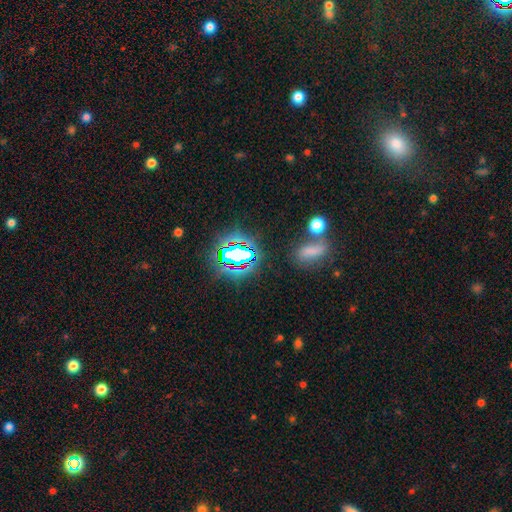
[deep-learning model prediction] Q: Smooth or featured?
A: star or artifact (72%); runner-up: smooth (17%)